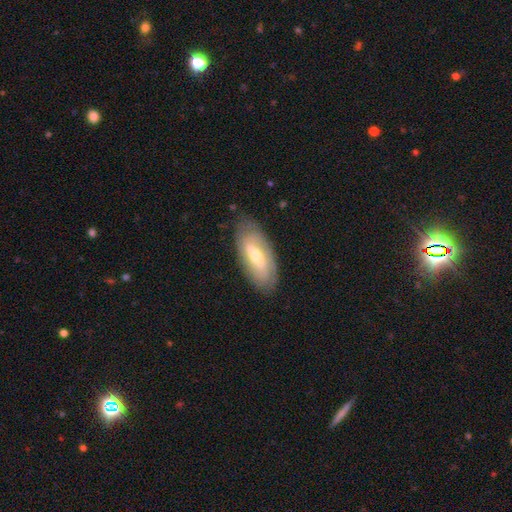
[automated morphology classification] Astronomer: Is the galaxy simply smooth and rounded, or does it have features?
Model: featured or disk — 54% (runner-up: smooth, 39%).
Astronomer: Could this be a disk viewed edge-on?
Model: no — 84%.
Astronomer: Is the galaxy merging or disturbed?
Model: none — 79%.